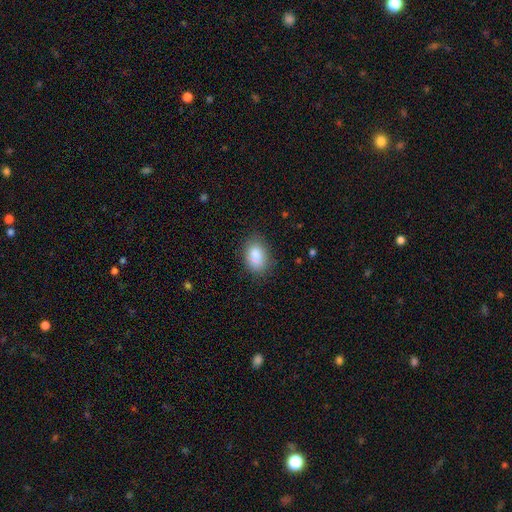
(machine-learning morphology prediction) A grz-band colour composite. It shows a smooth galaxy with no disk features (85%) that is in between round and cigar-shaped (83%). Merging: none (77%).